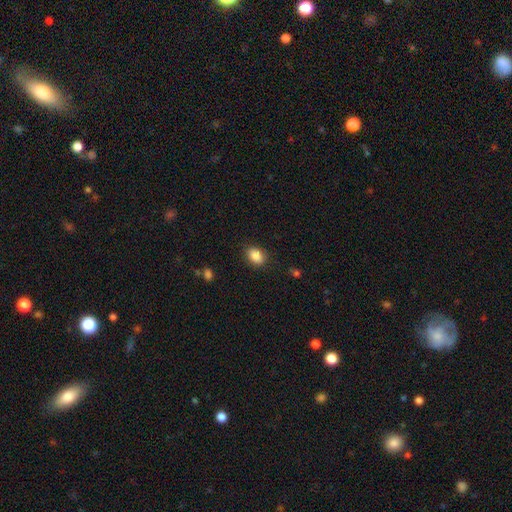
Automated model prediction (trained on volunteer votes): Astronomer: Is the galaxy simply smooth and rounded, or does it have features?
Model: smooth — 88%.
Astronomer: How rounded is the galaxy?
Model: in between — 78%.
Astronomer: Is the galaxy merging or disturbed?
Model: none — 84%.